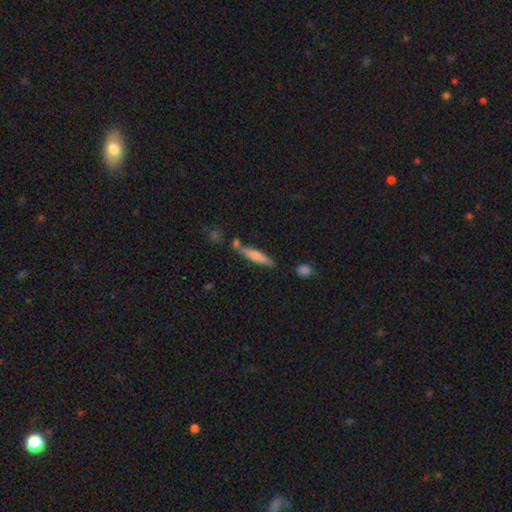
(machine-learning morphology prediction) Q: Smooth or featured?
A: smooth (68%); runner-up: featured or disk (26%)
Q: How rounded?
A: cigar-shaped (87%); runner-up: in between (12%)
Q: Merging?
A: none (71%); runner-up: minor disturbance (15%)